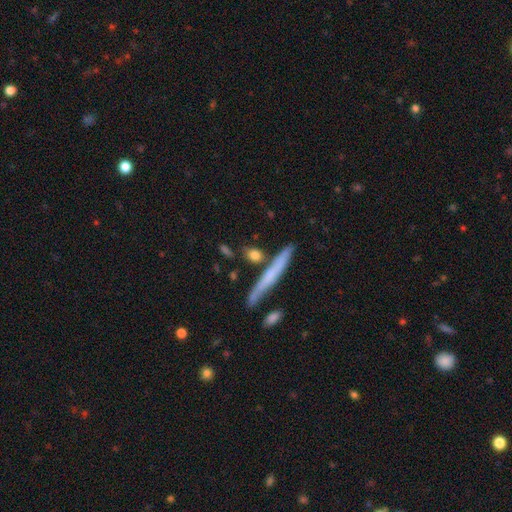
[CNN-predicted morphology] A smooth galaxy with no disk features (54%) that is cigar-shaped (89%). Merging: none (79%).